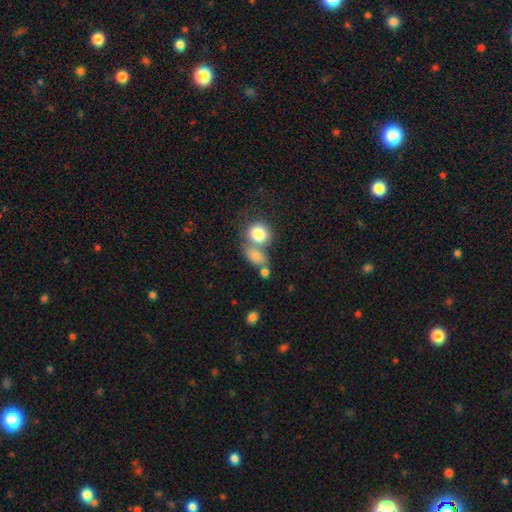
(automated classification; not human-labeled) The model was most divided on "merging": merger: 45%, none: 36%, minor disturbance: 12%, major disturbance: 7%. More confident: smooth or featured — smooth (79%); how rounded — in between (61%).